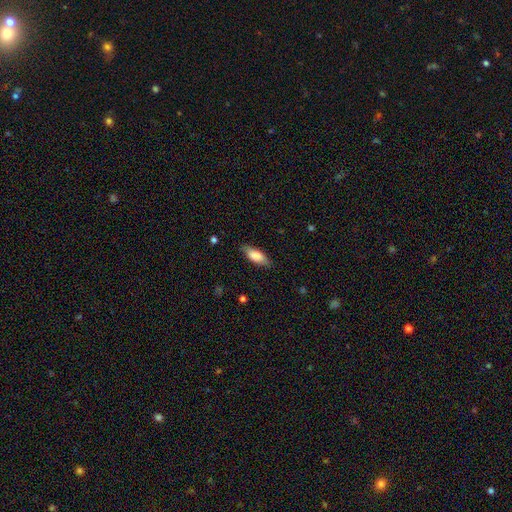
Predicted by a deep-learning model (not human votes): This is likely a smooth galaxy (80%). How rounded: likely in between (72%). Merging: clearly none (81%).